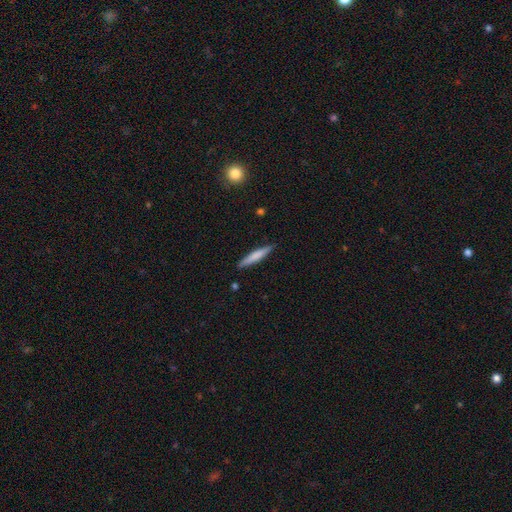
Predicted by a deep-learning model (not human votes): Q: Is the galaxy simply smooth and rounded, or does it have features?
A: smooth — 70%.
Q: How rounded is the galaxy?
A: cigar-shaped — 92%.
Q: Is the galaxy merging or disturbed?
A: none — 88%.